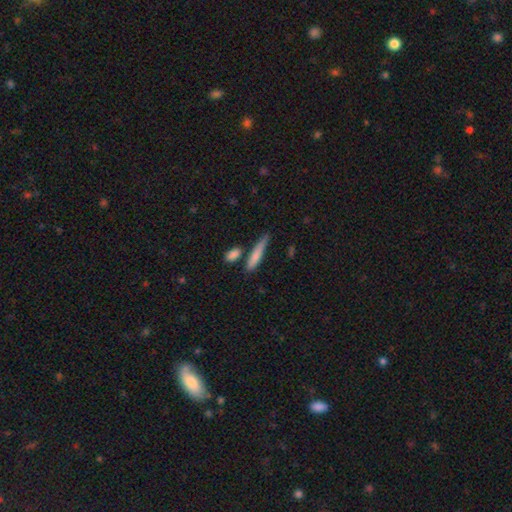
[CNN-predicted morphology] A smooth galaxy with no disk features (77%) that is cigar-shaped (86%). Merging: none (67%).